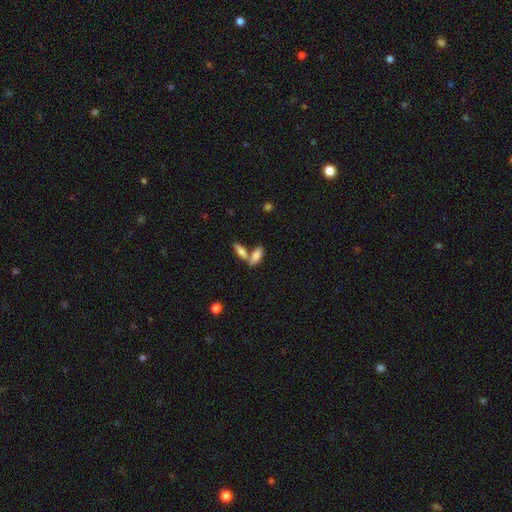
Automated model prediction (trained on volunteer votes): Overall: smooth (78%). How rounded: in between (72%). Merging: none (45%; merger 43%).